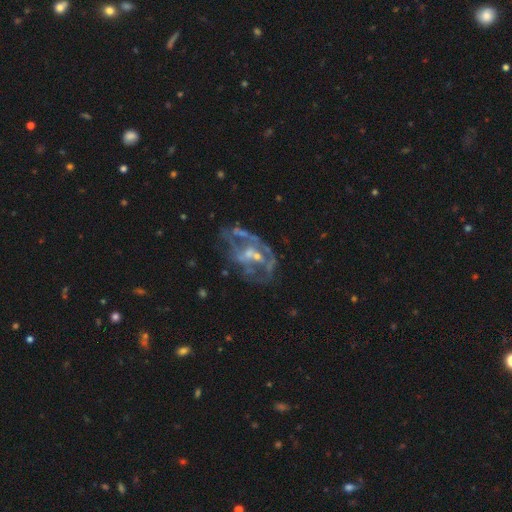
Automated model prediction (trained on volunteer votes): Overall: featured or disk (77%). Edge-on disk: no (97%). Bar: no (63%; weak 28%). Spiral arms: no (57%; yes 43%). Bulge size: small (51%; moderate 28%). Merging: none (41%; major disturbance 30%).